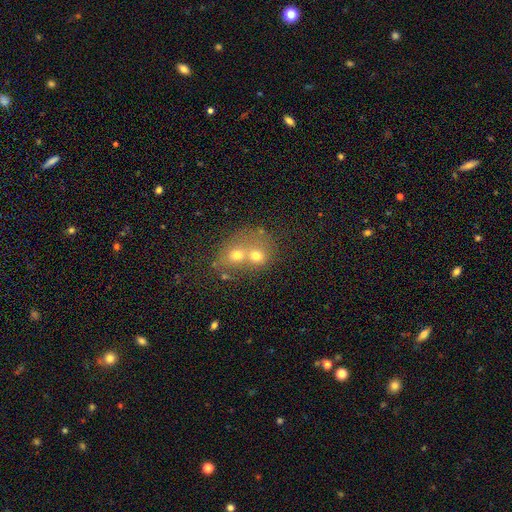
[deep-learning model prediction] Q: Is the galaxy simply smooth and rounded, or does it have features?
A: smooth — 61%.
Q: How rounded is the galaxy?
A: round — 65%.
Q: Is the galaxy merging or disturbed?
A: merger — 68%.